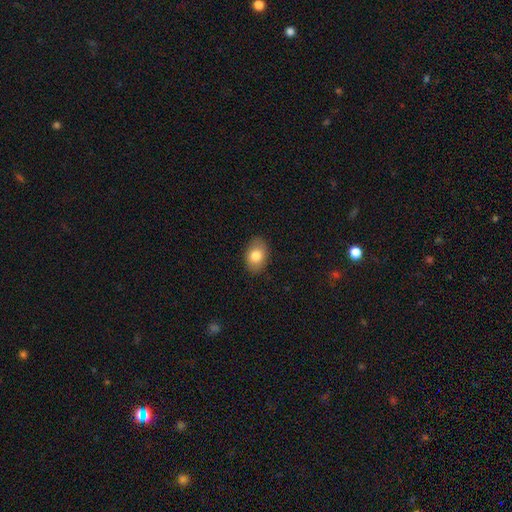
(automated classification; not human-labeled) Morphology: type=smooth (81%); roundness=in between (82%); merging=none (85%).